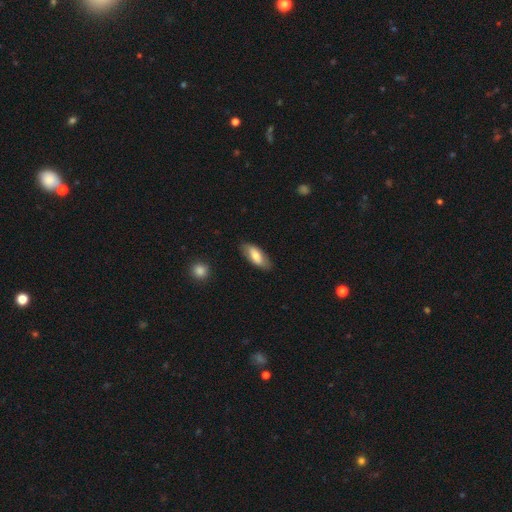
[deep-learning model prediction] smooth 69%, featured or disk 25%, star or artifact 6%. Down the decision tree: how rounded — in between (83%); merging — none (82%).